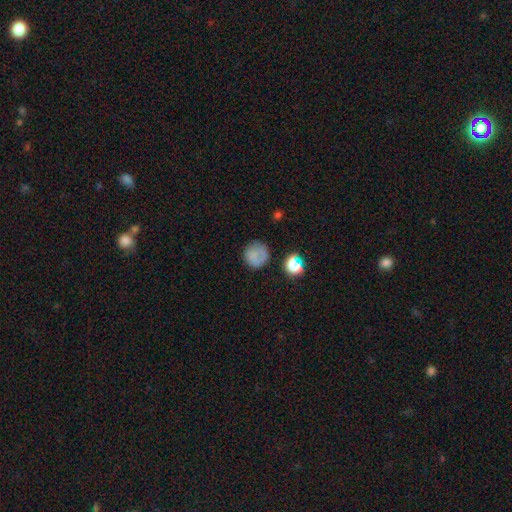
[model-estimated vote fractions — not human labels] smooth-or-featured: smooth: 77% | star or artifact: 12% | featured or disk: 11%
  how-rounded: round: 90% | in between: 9% | cigar-shaped: 1%
  merging: none: 72% | minor disturbance: 18% | major disturbance: 7% | merger: 3%